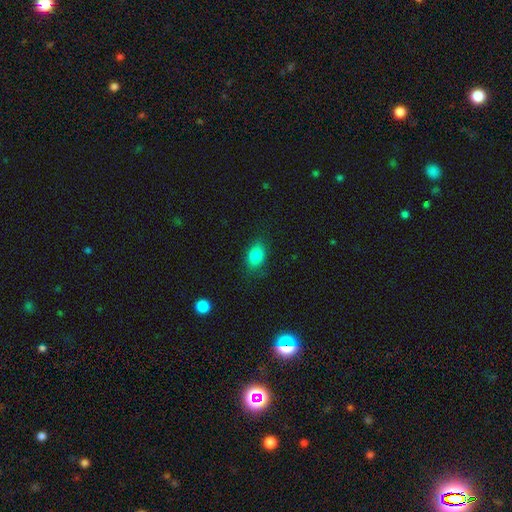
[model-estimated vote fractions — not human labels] Smooth or featured: smooth — 83% (star or artifact — 9%)
How rounded: in between — 76% (round — 22%)
Merging: none — 79% (minor disturbance — 16%)